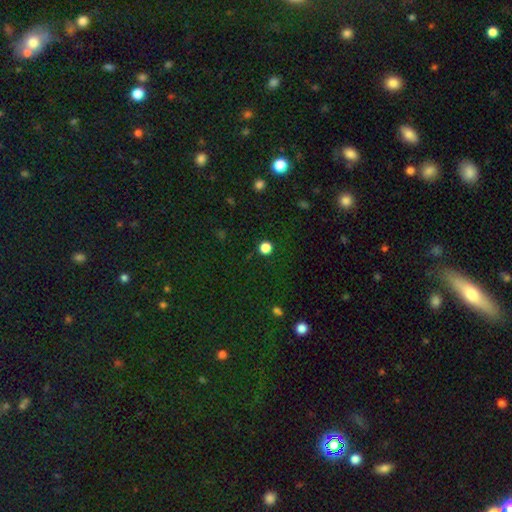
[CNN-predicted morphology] smooth-or-featured: star or artifact: 63% | smooth: 27% | featured or disk: 10%